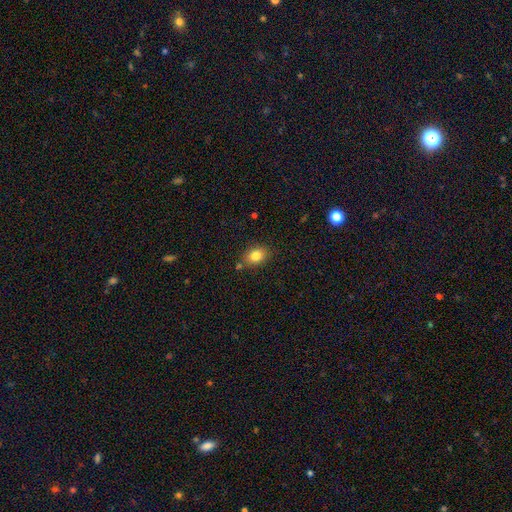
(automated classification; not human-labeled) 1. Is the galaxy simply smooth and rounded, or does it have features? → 82% smooth, 10% star or artifact, 8% featured or disk.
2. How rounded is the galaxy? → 66% in between, 33% round, 1% cigar-shaped.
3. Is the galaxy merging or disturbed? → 77% none, 14% minor disturbance, 6% merger, 3% major disturbance.